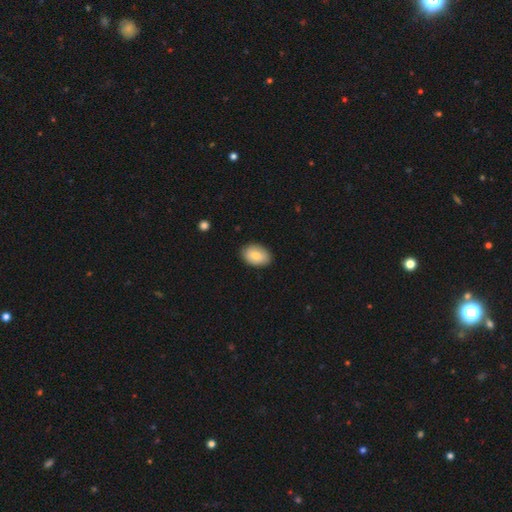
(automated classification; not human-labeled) Smooth or featured? smooth (81%)
How rounded? in between (86%)
Merging? none (86%)